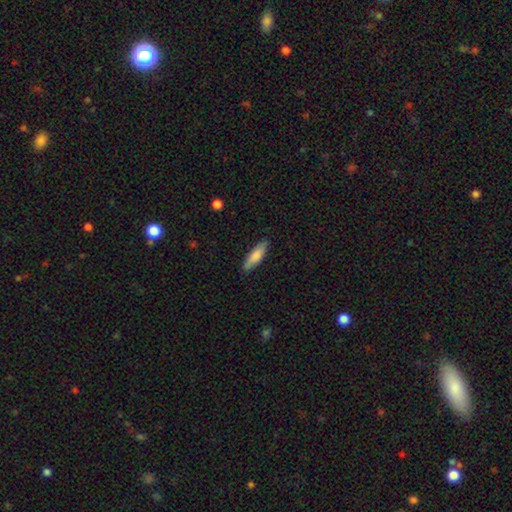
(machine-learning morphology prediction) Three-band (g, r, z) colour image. It shows a smooth galaxy with no disk features (79%) that is cigar-shaped (55%). Merging: none (85%).